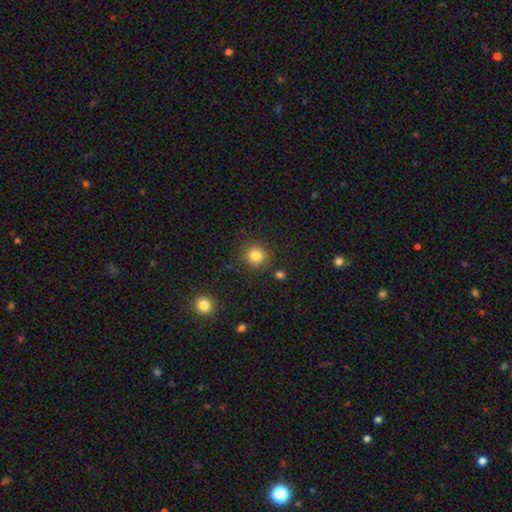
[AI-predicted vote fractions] A smooth galaxy with no disk features (83%) that is round (91%).

Vote fractions:
- Smooth or featured? smooth: 83% / star or artifact: 12% / featured or disk: 6%
- How rounded? round: 91% / in between: 8% / cigar-shaped: 1%
- Merging? none: 88% / minor disturbance: 7% / major disturbance: 3% / merger: 2%